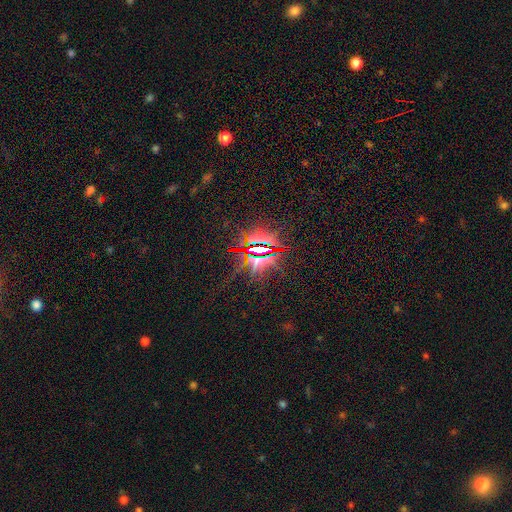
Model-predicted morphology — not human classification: The model was most divided on "smooth or featured": star or artifact: 83%, featured or disk: 10%, smooth: 8%.